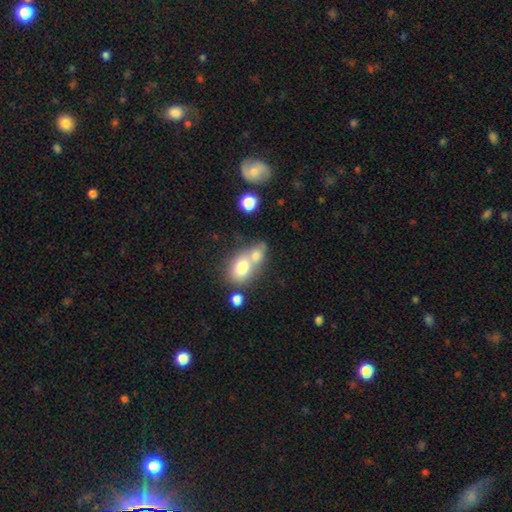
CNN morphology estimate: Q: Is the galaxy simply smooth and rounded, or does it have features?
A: smooth — 74%.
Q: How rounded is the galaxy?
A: in between — 54%.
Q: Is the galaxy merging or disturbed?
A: merger — 64%.